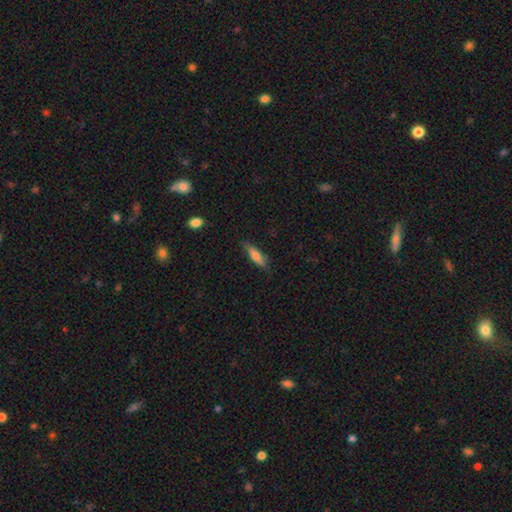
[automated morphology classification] smooth-or-featured: smooth: 67% | featured or disk: 26% | star or artifact: 7%
  how-rounded: cigar-shaped: 68% | in between: 30% | round: 2%
  merging: none: 80% | minor disturbance: 15% | major disturbance: 3% | merger: 1%